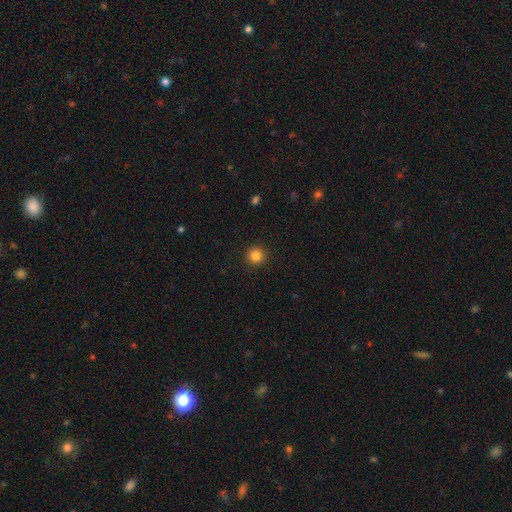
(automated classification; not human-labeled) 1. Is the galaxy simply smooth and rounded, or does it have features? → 84% smooth, 12% star or artifact, 4% featured or disk.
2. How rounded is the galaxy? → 96% round, 3% in between, 1% cigar-shaped.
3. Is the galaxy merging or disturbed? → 93% none, 4% minor disturbance, 2% major disturbance, 1% merger.